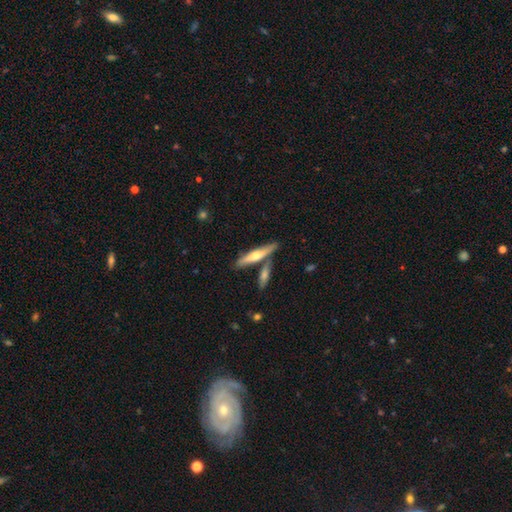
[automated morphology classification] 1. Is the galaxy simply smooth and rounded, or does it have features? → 48% featured or disk, 46% smooth, 5% star or artifact.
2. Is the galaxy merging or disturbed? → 71% none, 17% merger, 10% minor disturbance, 2% major disturbance.